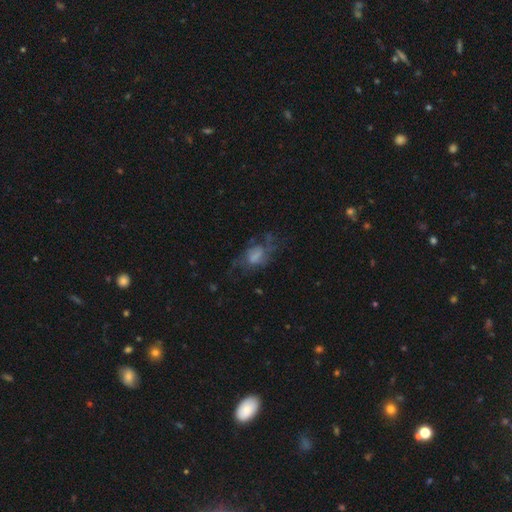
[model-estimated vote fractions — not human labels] This is possibly a featured or disk galaxy (50%). Merging: marginally major disturbance (39%).